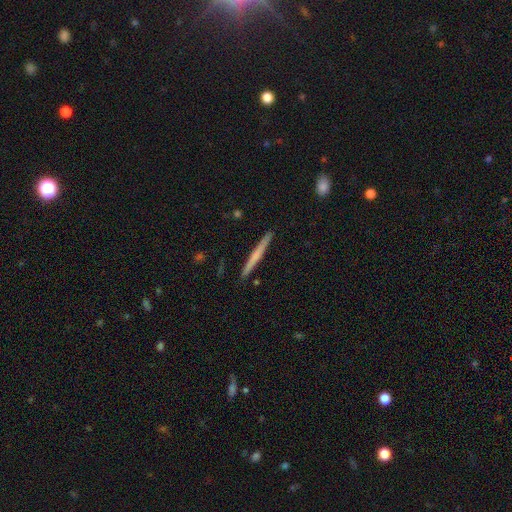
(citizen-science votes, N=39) Smooth or featured: featured or disk — 67% (smooth — 33%)
Edge-on disk: yes — 96% (no — 4%)
Edge-on bulge: none — 48% (rounded — 40%)
Merging: none — 87% (minor disturbance — 10%)